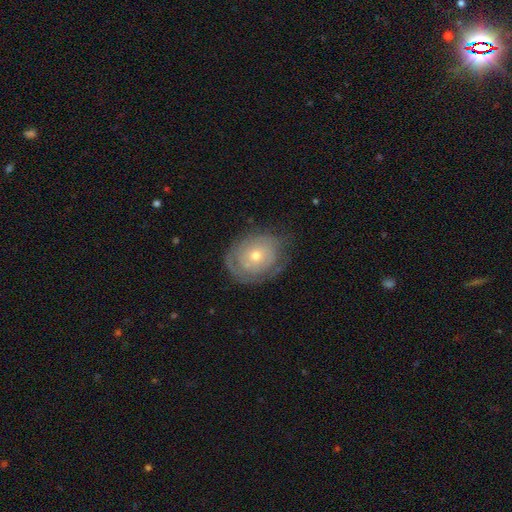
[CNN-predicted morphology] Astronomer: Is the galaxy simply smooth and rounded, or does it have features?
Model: featured or disk — 59%.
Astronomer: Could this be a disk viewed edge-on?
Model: no — 95%.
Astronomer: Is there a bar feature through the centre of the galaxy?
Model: no — 87%.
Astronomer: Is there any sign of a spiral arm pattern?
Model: yes — 61% (runner-up: no, 39%).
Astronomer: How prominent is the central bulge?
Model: small — 51% (runner-up: moderate, 46%).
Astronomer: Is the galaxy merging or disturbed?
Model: none — 65%.